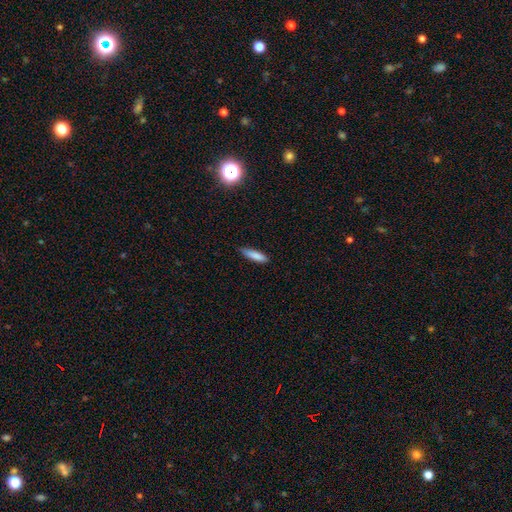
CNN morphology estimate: smooth_or_featured: smooth (p=0.84) [alt: featured or disk p=0.09]
how_rounded: cigar-shaped (p=0.68) [alt: in between p=0.30]
merging: none (p=0.78) [alt: minor disturbance p=0.18]